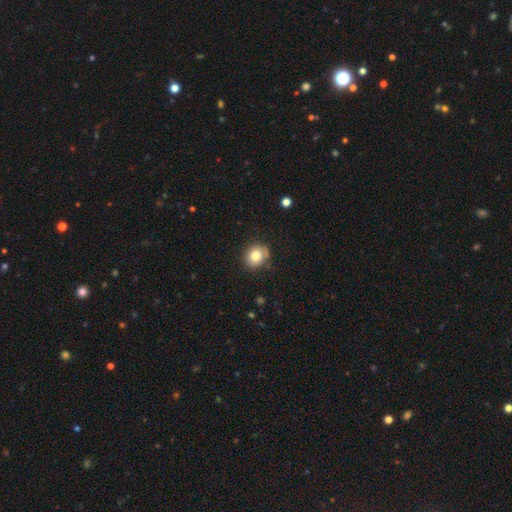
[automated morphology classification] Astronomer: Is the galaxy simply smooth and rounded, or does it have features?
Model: smooth — 79%.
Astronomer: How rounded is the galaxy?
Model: round — 73%.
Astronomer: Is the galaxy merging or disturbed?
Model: none — 78%.